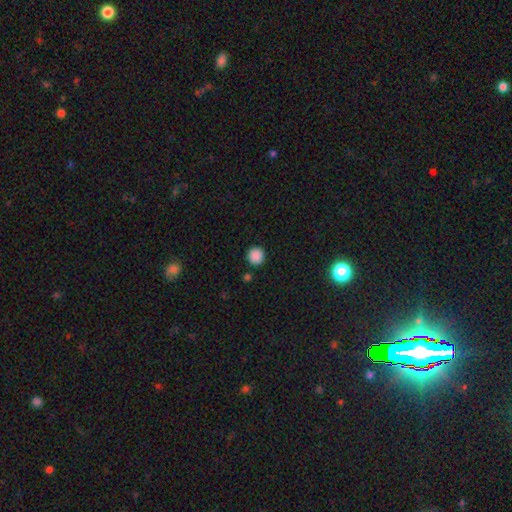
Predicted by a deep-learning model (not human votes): smooth-or-featured: smooth: 87% | star or artifact: 11% | featured or disk: 3%
  how-rounded: round: 94% | in between: 5% | cigar-shaped: 1%
  merging: none: 89% | minor disturbance: 6% | merger: 3% | major disturbance: 2%